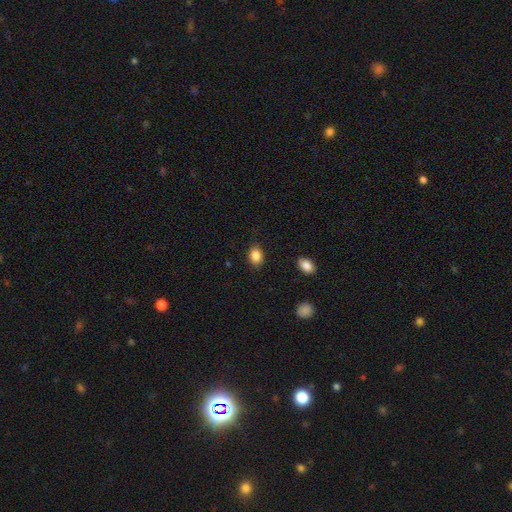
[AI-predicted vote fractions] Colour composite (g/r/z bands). It shows a smooth galaxy with no disk features (86%) that is in between round and cigar-shaped (66%). Merging: none (84%).